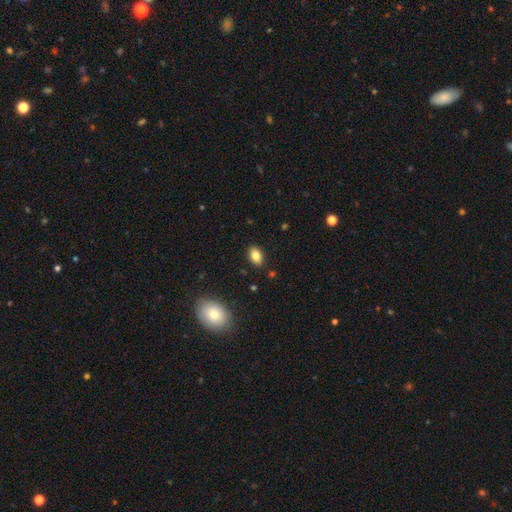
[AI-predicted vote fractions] smooth_or_featured: smooth (p=0.84) [alt: star or artifact p=0.09]
how_rounded: in between (p=0.87) [alt: round p=0.11]
merging: none (p=0.88) [alt: minor disturbance p=0.09]